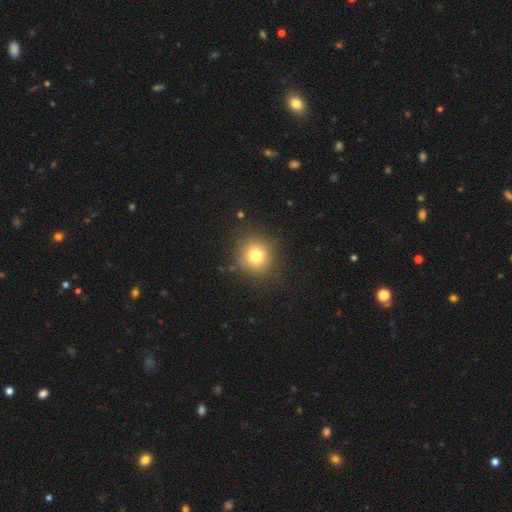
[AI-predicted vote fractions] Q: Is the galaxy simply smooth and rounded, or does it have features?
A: smooth — 76%.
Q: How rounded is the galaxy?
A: round — 90%.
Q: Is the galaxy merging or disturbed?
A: none — 85%.